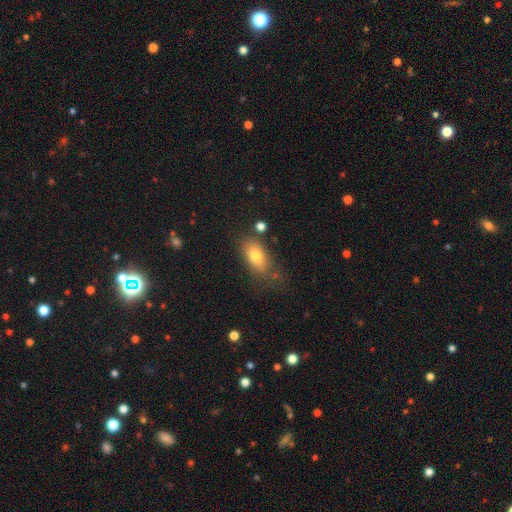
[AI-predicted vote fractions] Smooth or featured?
  - smooth: 77% *
  - featured or disk: 14%
  - star or artifact: 9%
How rounded?
  - in between: 85% *
  - round: 11%
  - cigar-shaped: 4%
Merging?
  - none: 62% *
  - minor disturbance: 22%
  - major disturbance: 10%
  - merger: 6%